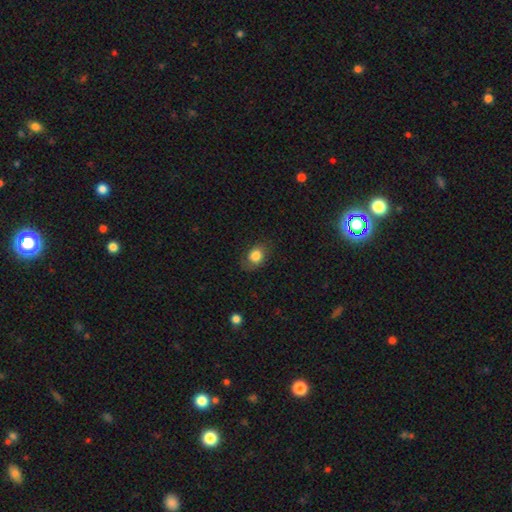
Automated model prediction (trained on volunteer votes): Smooth or featured? Predicted: smooth (p=0.82). How rounded? Predicted: in between (p=0.54). Merging? Predicted: none (p=0.73).